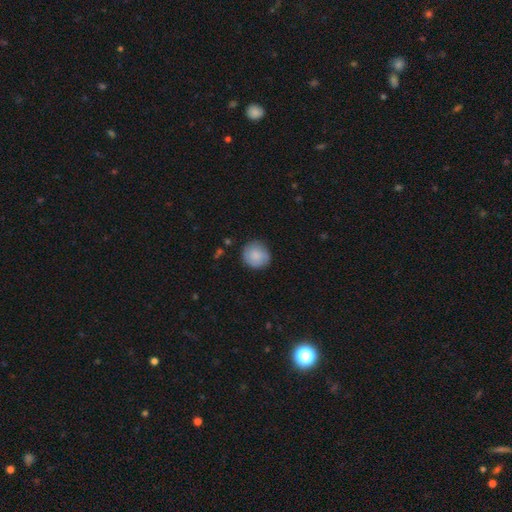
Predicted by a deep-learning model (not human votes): smooth_or_featured: smooth (p=0.82) [alt: featured or disk p=0.12]
how_rounded: round (p=0.92) [alt: in between p=0.07]
merging: none (p=0.84) [alt: minor disturbance p=0.12]